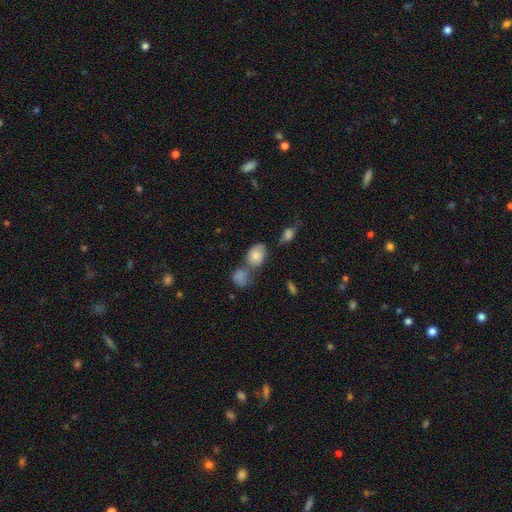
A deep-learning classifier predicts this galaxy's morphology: type=smooth (78%); roundness=in between (72%); merging=none (41%).